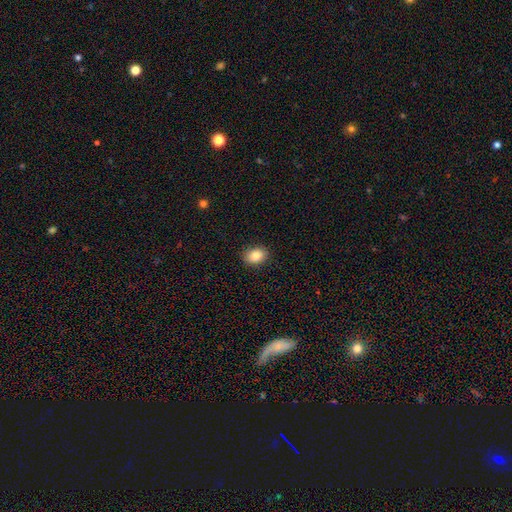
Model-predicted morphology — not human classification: smooth-or-featured: smooth: 86% | star or artifact: 9% | featured or disk: 6%
  how-rounded: in between: 65% | round: 34% | cigar-shaped: 1%
  merging: none: 89% | minor disturbance: 8% | major disturbance: 2% | merger: 1%